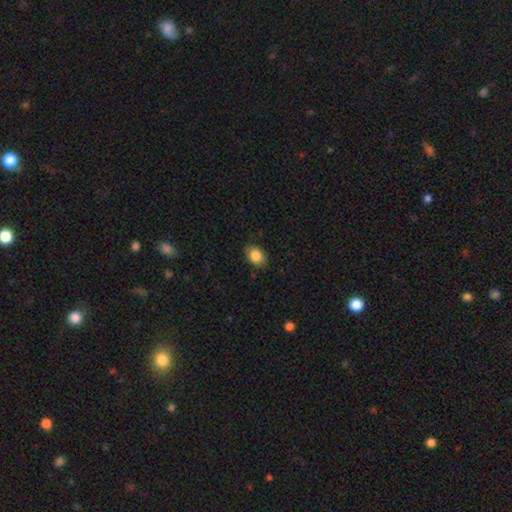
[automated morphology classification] smooth_or_featured: smooth (p=0.85) [alt: star or artifact p=0.08]
how_rounded: in between (p=0.72) [alt: round p=0.27]
merging: none (p=0.85) [alt: minor disturbance p=0.11]